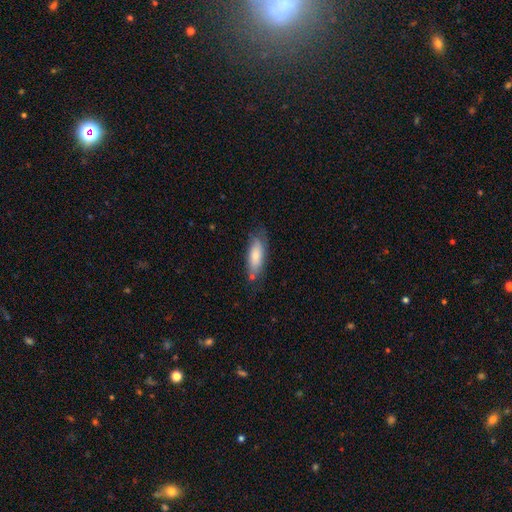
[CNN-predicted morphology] A smooth galaxy with no disk features (76%) that is in between round and cigar-shaped (63%). Merging: none (68%).